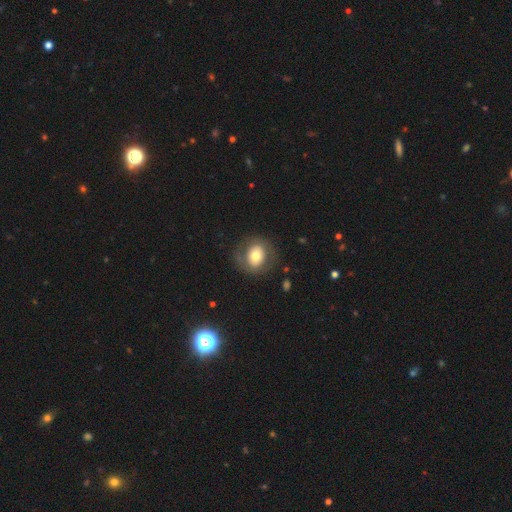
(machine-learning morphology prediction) Smooth or featured? Predicted: smooth (p=0.63). How rounded? Predicted: round (p=0.62). Merging? Predicted: none (p=0.77).